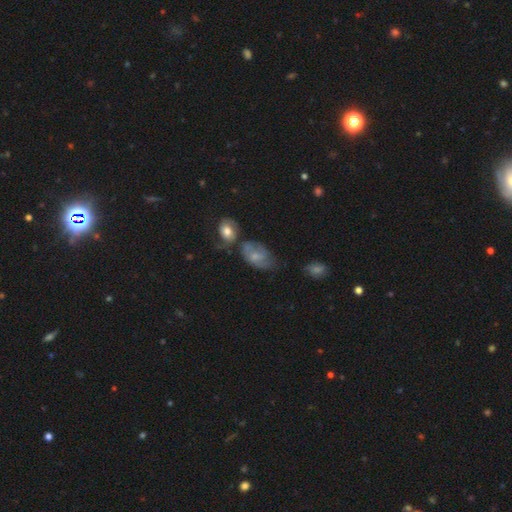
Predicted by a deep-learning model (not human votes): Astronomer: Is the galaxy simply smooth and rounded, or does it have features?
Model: smooth — 49% (runner-up: featured or disk, 41%).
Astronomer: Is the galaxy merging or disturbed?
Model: none — 36% (runner-up: minor disturbance, 27%).